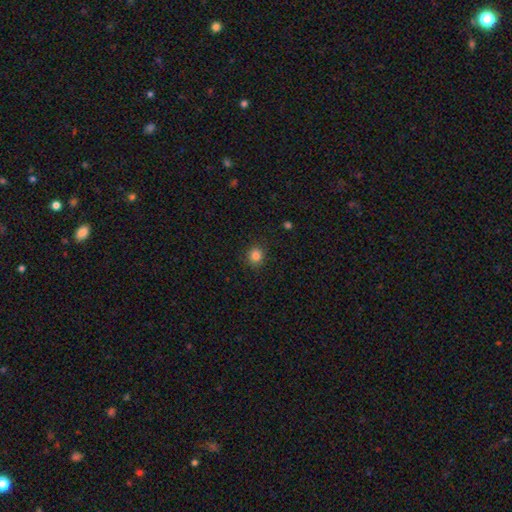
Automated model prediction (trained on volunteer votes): This is clearly a smooth galaxy (83%). How rounded: clearly round (87%). Merging: clearly none (89%).